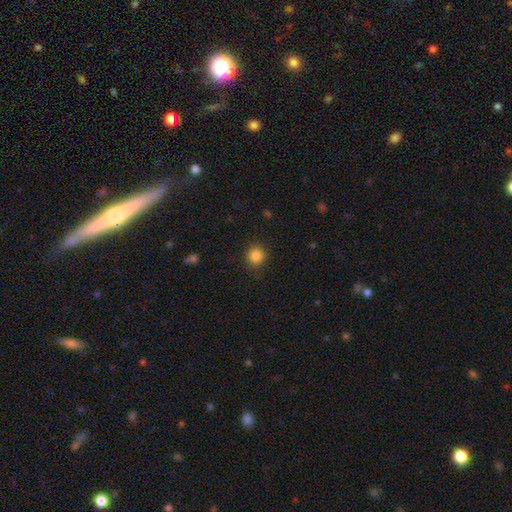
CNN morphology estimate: A smooth galaxy with no disk features (85%) that is round (90%). Merging: none (88%).